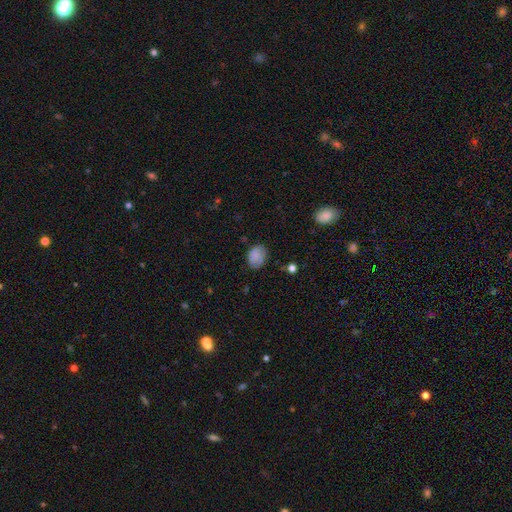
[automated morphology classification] This is clearly a smooth galaxy (83%). How rounded: likely in between (65%). Merging: likely none (73%).